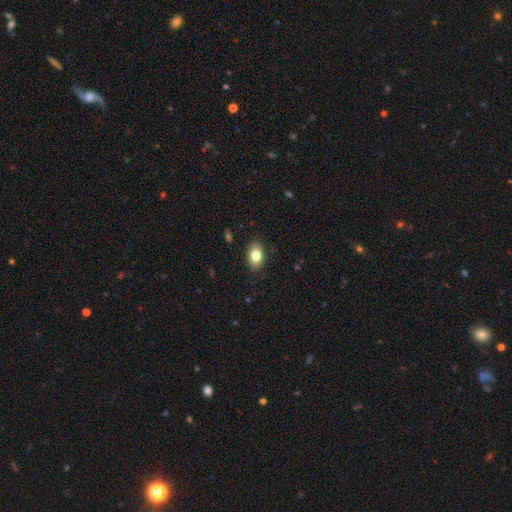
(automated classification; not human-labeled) Smooth or featured? Predicted: smooth (p=0.82). How rounded? Predicted: in between (p=0.87). Merging? Predicted: none (p=0.87).